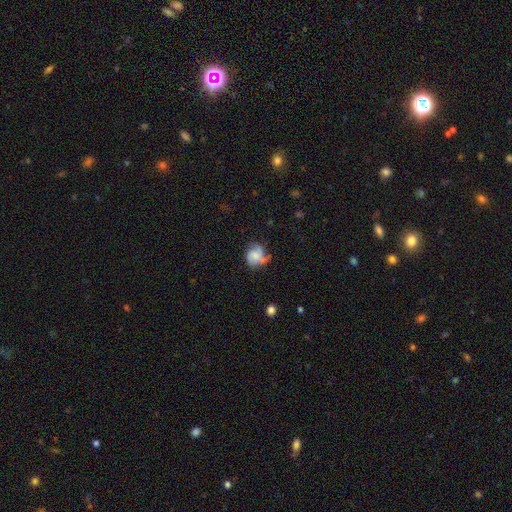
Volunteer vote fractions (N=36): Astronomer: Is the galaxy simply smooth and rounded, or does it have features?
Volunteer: smooth — 50%, tied with featured or disk at 50%.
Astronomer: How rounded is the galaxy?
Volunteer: round — 56% (runner-up: in between, 44%).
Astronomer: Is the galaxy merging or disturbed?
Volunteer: none — 53%.